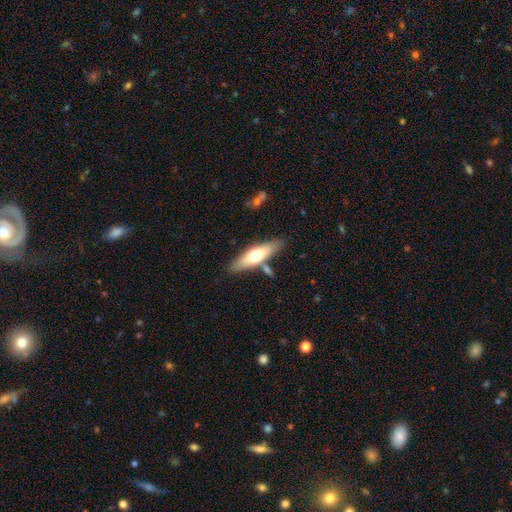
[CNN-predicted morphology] smooth_or_featured: smooth (p=0.58) [alt: featured or disk p=0.37]
how_rounded: cigar-shaped (p=0.57) [alt: in between p=0.41]
merging: none (p=0.77) [alt: minor disturbance p=0.11]